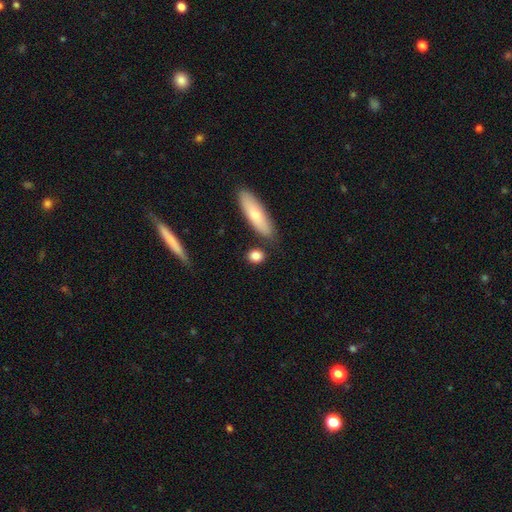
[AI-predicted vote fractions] Smooth or featured? smooth (85%)
How rounded? round (53%)
Merging? none (79%)